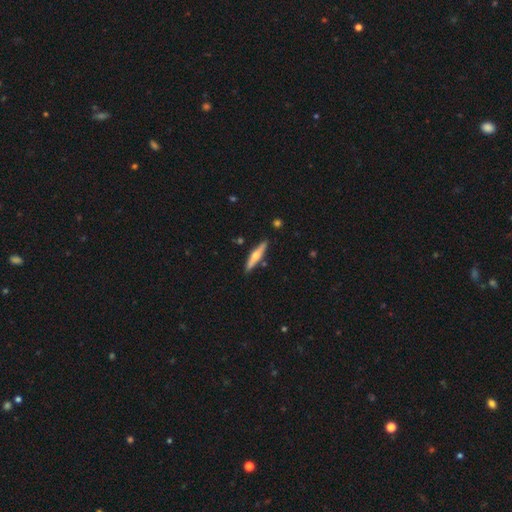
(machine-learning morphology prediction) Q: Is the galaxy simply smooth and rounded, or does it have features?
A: featured or disk — 53%.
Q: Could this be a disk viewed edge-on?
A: yes — 94%.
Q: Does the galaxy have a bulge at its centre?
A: rounded — 90%.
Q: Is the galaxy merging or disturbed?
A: none — 86%.